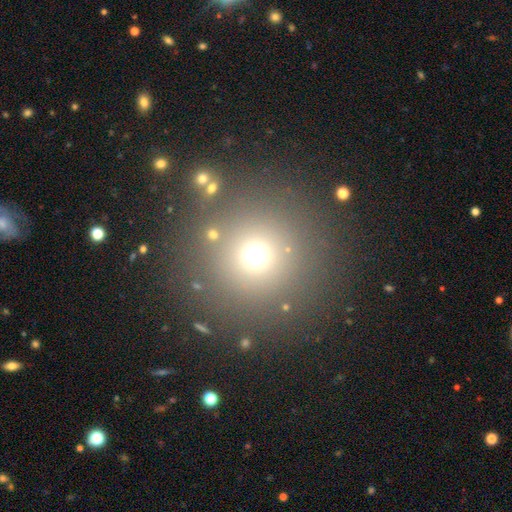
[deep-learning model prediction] A smooth galaxy with no disk features (66%) that is round (95%).

Vote fractions:
- Smooth or featured? smooth: 66% / star or artifact: 26% / featured or disk: 8%
- How rounded? round: 95% / in between: 4% / cigar-shaped: 1%
- Merging? none: 83% / minor disturbance: 7% / merger: 6% / major disturbance: 5%